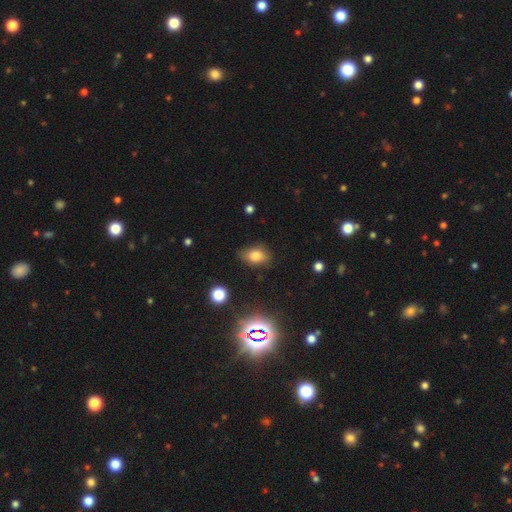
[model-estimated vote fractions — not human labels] Smooth or featured: smooth — 76% (star or artifact — 13%)
How rounded: in between — 80% (round — 18%)
Merging: none — 75% (minor disturbance — 19%)